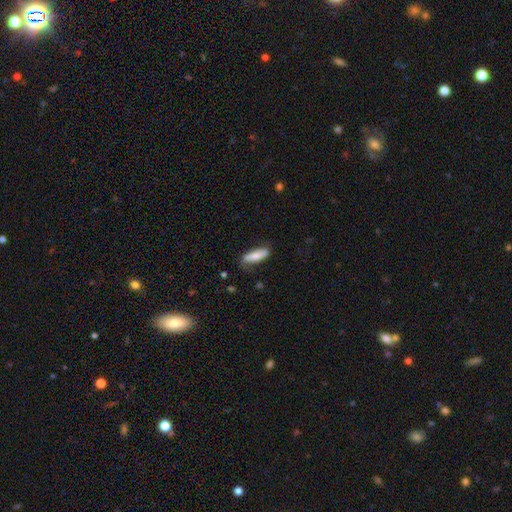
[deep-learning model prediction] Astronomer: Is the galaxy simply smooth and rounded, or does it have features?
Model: smooth — 75%.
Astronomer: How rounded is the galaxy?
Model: cigar-shaped — 50% (runner-up: in between, 48%).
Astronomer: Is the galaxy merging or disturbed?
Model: none — 72%.